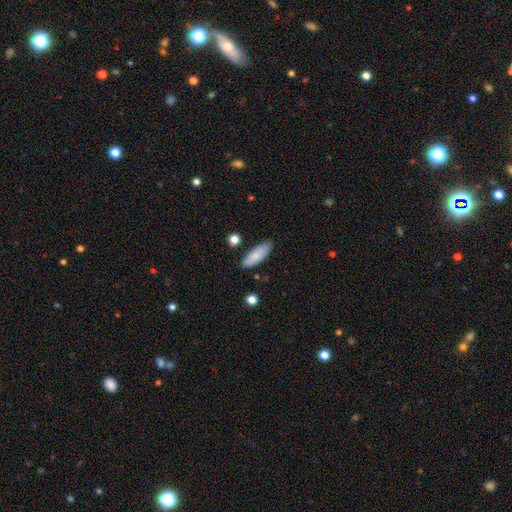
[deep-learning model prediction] Smooth or featured?
  - smooth: 82% *
  - featured or disk: 12%
  - star or artifact: 6%
How rounded?
  - in between: 71% *
  - cigar-shaped: 27%
  - round: 2%
Merging?
  - none: 82% *
  - minor disturbance: 13%
  - merger: 2%
  - major disturbance: 2%